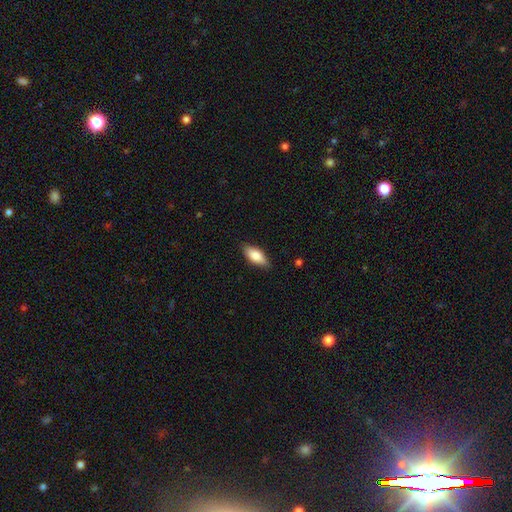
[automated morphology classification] A smooth galaxy with no disk features (81%) that is in between round and cigar-shaped (83%).

Vote fractions:
- Smooth or featured? smooth: 81% / featured or disk: 13% / star or artifact: 6%
- How rounded? in between: 83% / cigar-shaped: 15% / round: 2%
- Merging? none: 84% / minor disturbance: 13% / major disturbance: 2% / merger: 1%